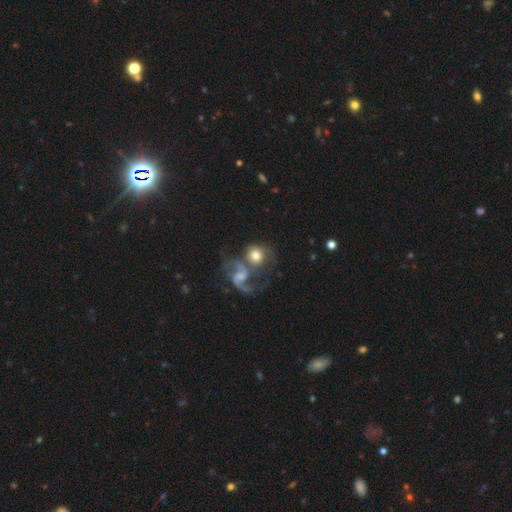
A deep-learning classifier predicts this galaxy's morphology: A smooth galaxy with no disk features (47%). Merging: none (42%).